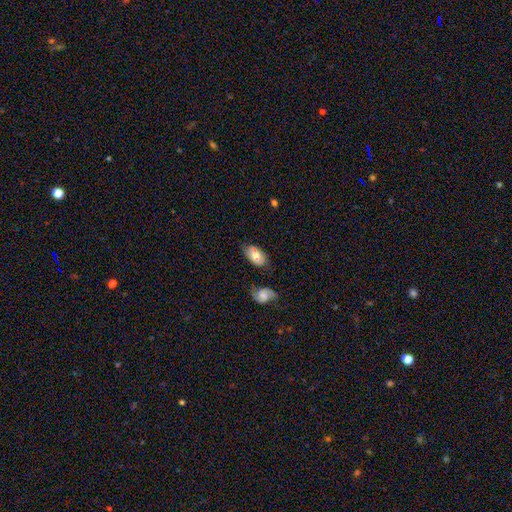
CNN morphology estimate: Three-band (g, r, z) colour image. It shows a smooth galaxy with no disk features (71%) that is in between round and cigar-shaped (93%). Merging: none (68%).